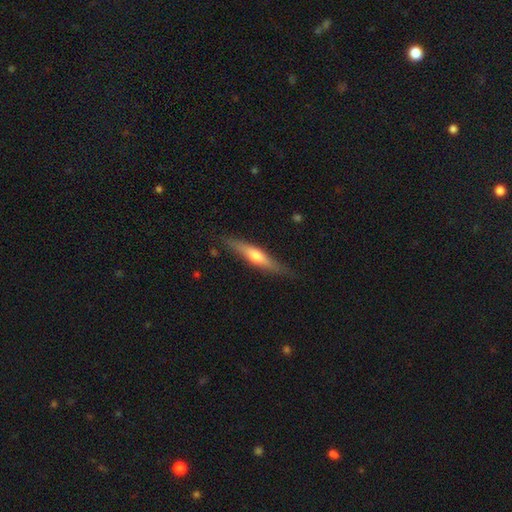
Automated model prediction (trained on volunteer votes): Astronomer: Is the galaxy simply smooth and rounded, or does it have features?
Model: featured or disk — 52% (runner-up: smooth, 43%).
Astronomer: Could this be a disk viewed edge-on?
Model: yes — 93%.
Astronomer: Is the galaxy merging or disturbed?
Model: none — 83%.